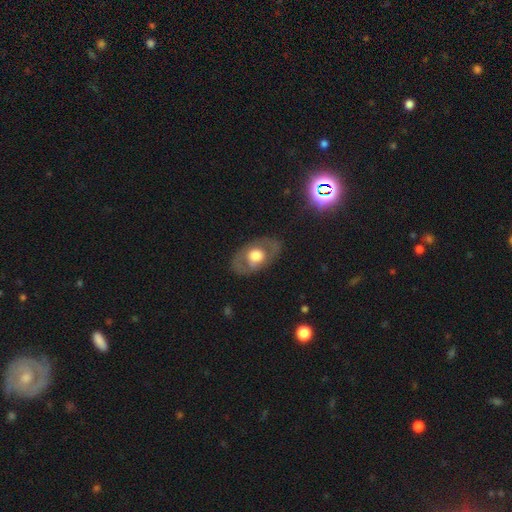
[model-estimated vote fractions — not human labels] featured or disk 52%, smooth 42%, star or artifact 6%. Down the decision tree: edge-on disk — no (88%); merging — none (78%).